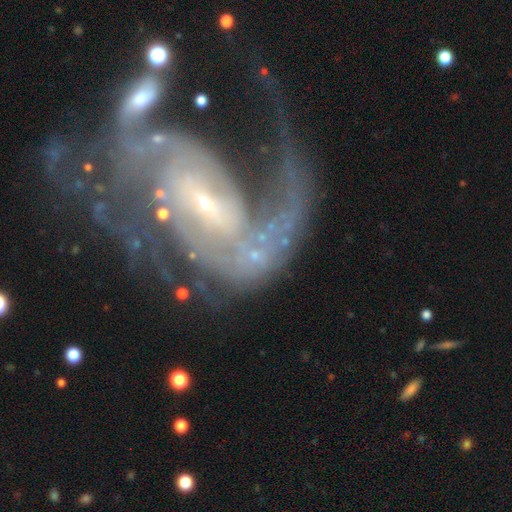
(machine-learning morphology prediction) This appears to be a featured or disk galaxy (81%) with a weak bar (37%), 2 (58%) loose (39%) spiral arms (84%) and a small central bulge (74%). Merging: none (43%).